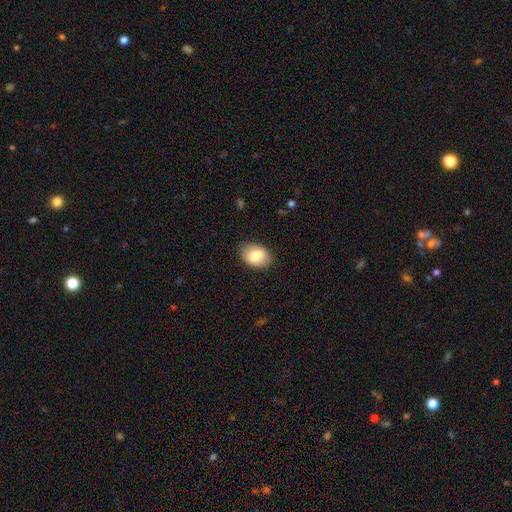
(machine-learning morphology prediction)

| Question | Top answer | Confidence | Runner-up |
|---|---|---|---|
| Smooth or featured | smooth | 83% | featured or disk (11%) |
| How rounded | in between | 81% | round (18%) |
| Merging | none | 82% | minor disturbance (14%) |